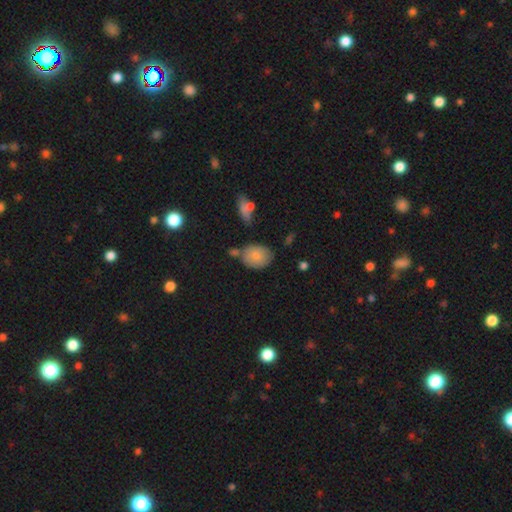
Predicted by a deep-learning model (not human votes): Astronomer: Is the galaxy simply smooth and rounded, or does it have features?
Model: smooth — 78%.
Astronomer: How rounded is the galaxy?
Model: in between — 61% (runner-up: round, 38%).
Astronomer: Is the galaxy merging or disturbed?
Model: none — 64%.